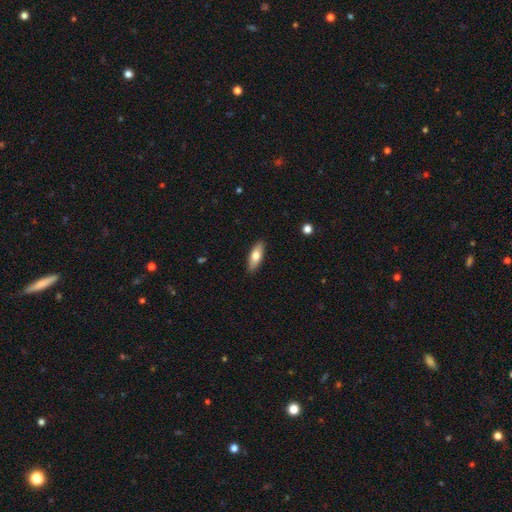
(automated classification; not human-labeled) Smooth or featured? smooth (71%)
How rounded? in between (66%)
Merging? none (89%)